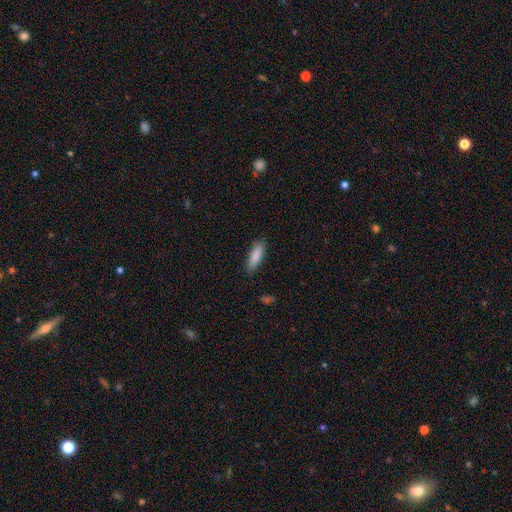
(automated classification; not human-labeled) This appears to be a smooth galaxy with no disk features (87%) that is in between round and cigar-shaped (50%). Merging: none (85%).